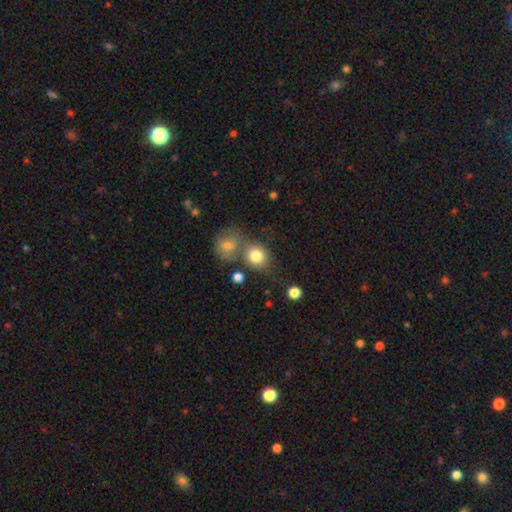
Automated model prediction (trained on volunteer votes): A smooth galaxy with no disk features (82%) that is round (74%). Merging: none (55%).